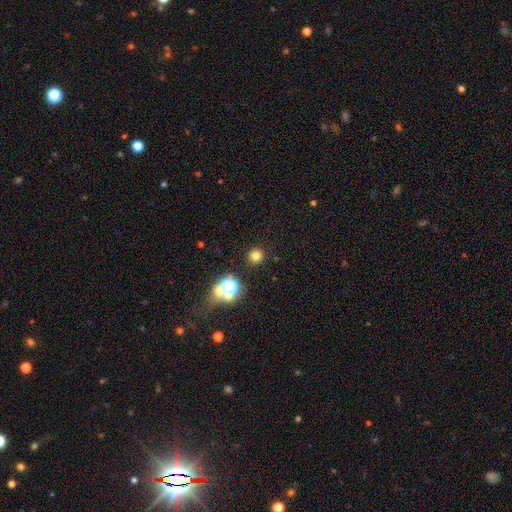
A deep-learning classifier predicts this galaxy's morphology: Overall: smooth (73%). How rounded: round (94%). Merging: none (89%).